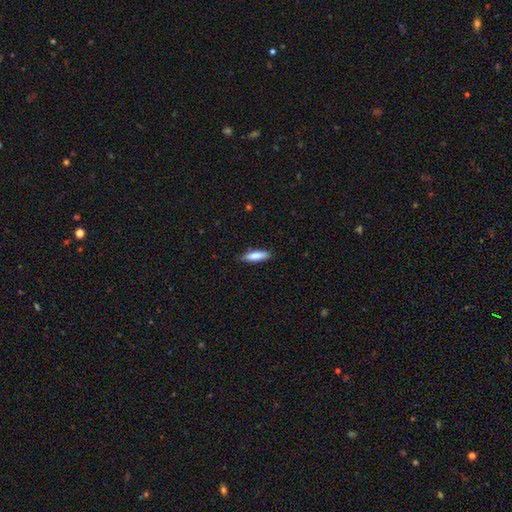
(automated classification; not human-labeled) smooth_or_featured: smooth (p=0.79) [alt: featured or disk p=0.15]
how_rounded: cigar-shaped (p=0.62) [alt: in between p=0.36]
merging: none (p=0.84) [alt: minor disturbance p=0.13]